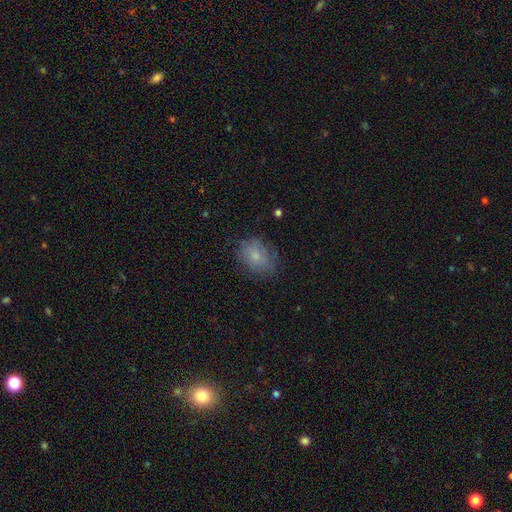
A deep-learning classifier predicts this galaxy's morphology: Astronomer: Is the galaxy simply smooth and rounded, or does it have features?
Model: smooth — 73%.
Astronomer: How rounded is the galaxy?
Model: in between — 62% (runner-up: round, 37%).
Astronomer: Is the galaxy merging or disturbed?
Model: none — 69%.